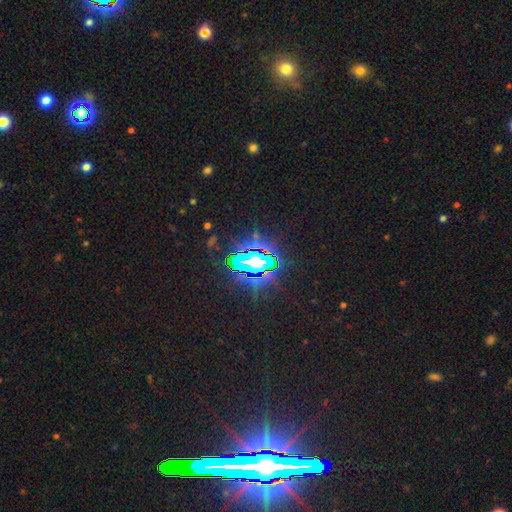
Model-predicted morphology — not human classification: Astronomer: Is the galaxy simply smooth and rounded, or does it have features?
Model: star or artifact — 82%.